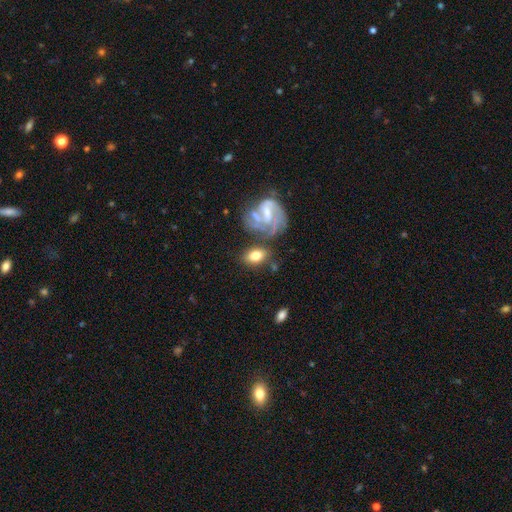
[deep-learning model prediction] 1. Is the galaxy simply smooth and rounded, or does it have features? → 65% smooth, 27% featured or disk, 8% star or artifact.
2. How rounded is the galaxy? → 84% in between, 13% round, 3% cigar-shaped.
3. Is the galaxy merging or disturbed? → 58% none, 18% minor disturbance, 14% merger, 10% major disturbance.